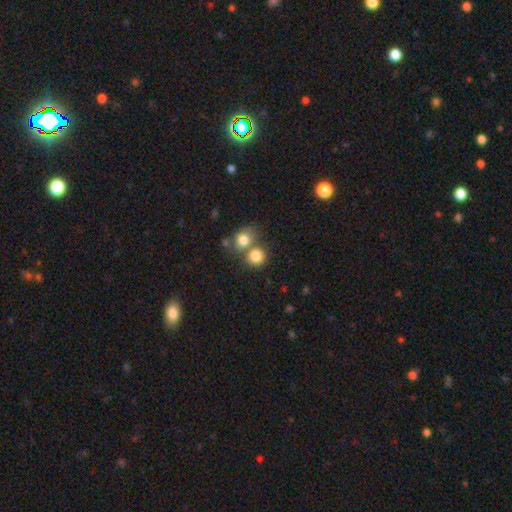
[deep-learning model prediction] Smooth or featured? Predicted: smooth (p=0.81). How rounded? Predicted: round (p=0.83). Merging? Predicted: none (p=0.48).